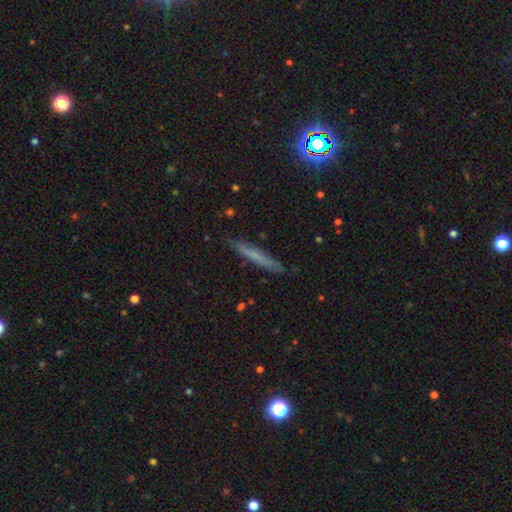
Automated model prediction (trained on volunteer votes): Smooth or featured: smooth — 54% (featured or disk — 36%)
How rounded: cigar-shaped — 95% (in between — 3%)
Merging: none — 88% (minor disturbance — 9%)